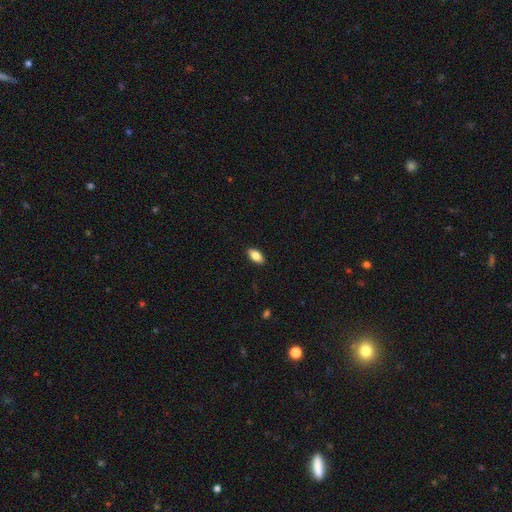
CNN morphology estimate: This is clearly a smooth galaxy (81%). How rounded: clearly in between (89%). Merging: clearly none (90%).